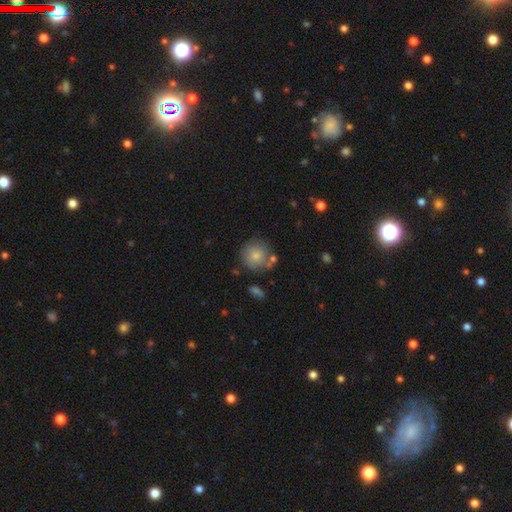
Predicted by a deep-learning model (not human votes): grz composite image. It shows a smooth galaxy with no disk features (80%) that is round (93%). Merging: none (71%).